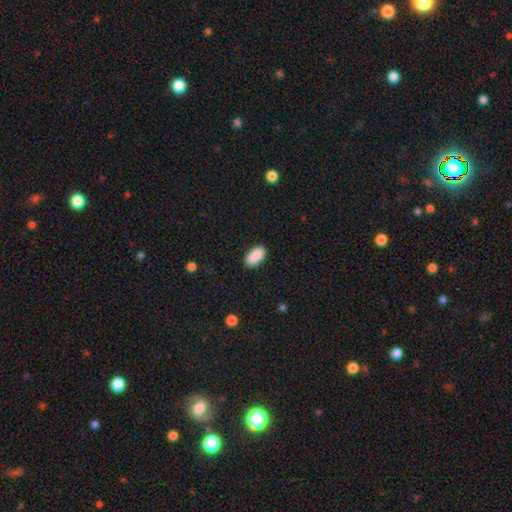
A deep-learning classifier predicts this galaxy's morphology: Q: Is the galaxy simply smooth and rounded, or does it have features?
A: smooth — 90%.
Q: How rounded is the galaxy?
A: in between — 95%.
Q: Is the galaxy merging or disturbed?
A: none — 88%.